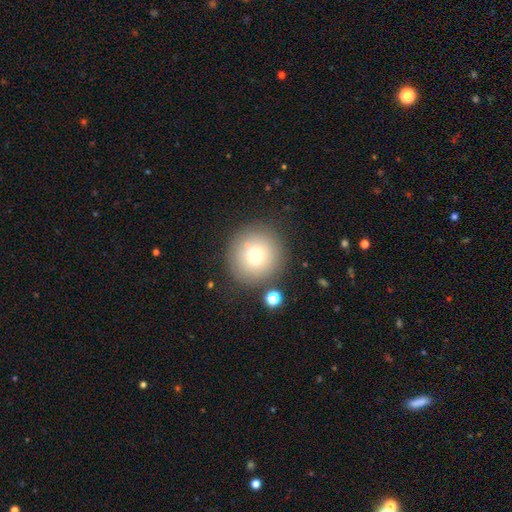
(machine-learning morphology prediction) Smooth or featured? smooth (71%)
How rounded? round (96%)
Merging? none (82%)